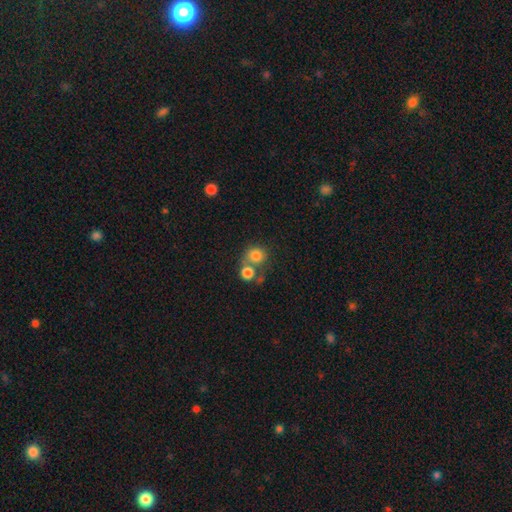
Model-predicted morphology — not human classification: The model was most divided on "merging": none: 46%, merger: 41%, minor disturbance: 8%, major disturbance: 5%. More confident: how rounded — round (84%); smooth or featured — smooth (79%).